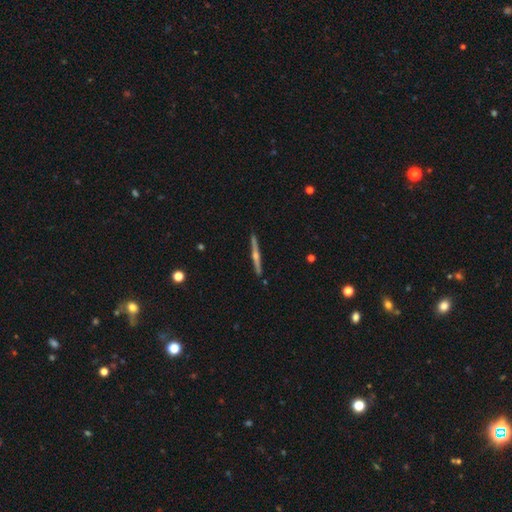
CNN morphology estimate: Smooth or featured?
  - featured or disk: 74% *
  - smooth: 19%
  - star or artifact: 7%
Edge-on disk?
  - yes: 98% *
  - no: 2%
Edge-on bulge?
  - rounded: 81% *
  - none: 14%
  - boxy: 6%
Merging?
  - none: 89% *
  - minor disturbance: 8%
  - major disturbance: 2%
  - merger: 2%